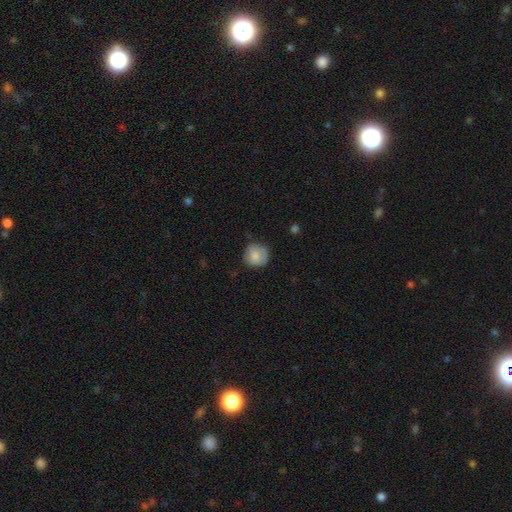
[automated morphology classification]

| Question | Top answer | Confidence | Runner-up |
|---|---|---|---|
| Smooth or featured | smooth | 80% | featured or disk (13%) |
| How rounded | round | 89% | in between (11%) |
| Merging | none | 71% | minor disturbance (23%) |